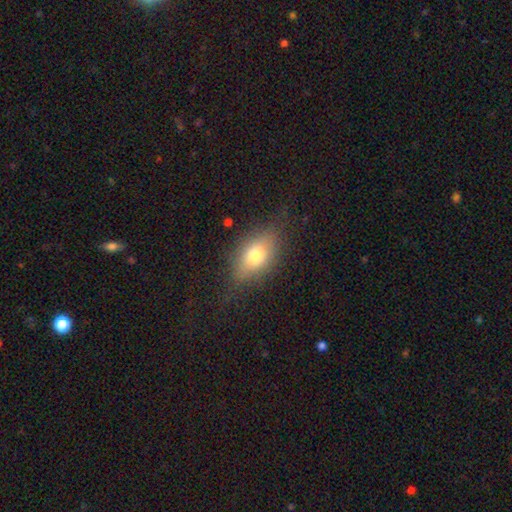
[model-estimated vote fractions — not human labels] smooth-or-featured: smooth: 70% | featured or disk: 20% | star or artifact: 11%
  how-rounded: in between: 77% | round: 18% | cigar-shaped: 5%
  merging: none: 73% | minor disturbance: 18% | major disturbance: 8% | merger: 1%